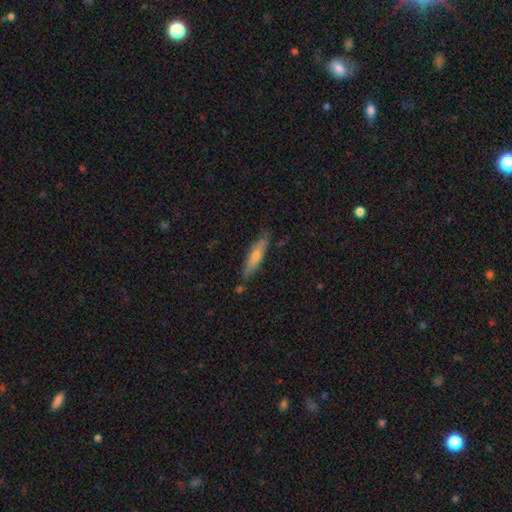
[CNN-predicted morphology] A smooth galaxy with no disk features (52%) that is cigar-shaped (81%). Merging: none (79%).